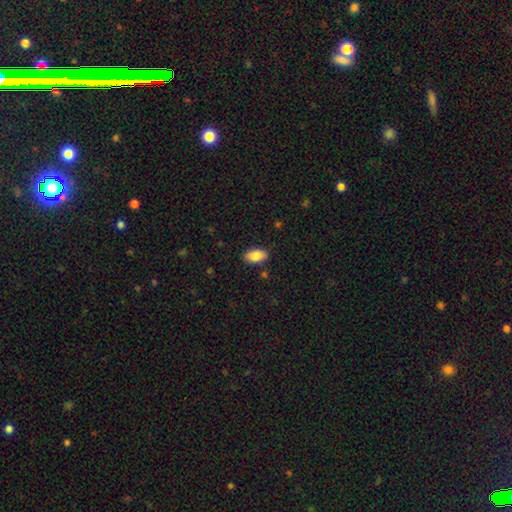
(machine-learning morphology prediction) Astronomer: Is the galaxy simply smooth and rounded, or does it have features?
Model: smooth — 86%.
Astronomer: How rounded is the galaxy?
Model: in between — 94%.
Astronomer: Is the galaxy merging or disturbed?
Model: none — 87%.